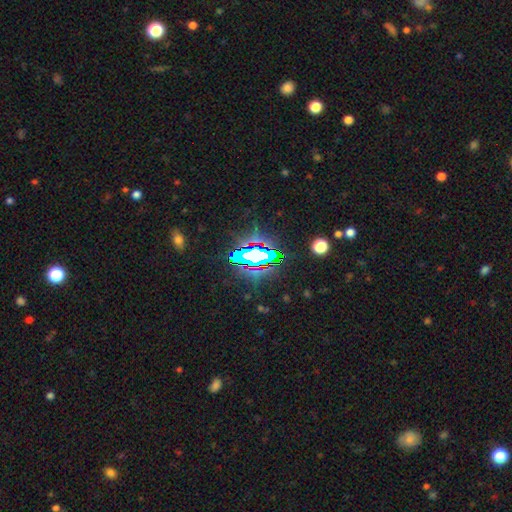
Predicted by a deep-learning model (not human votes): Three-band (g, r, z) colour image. It shows a star or artifact, not a galaxy (71%).